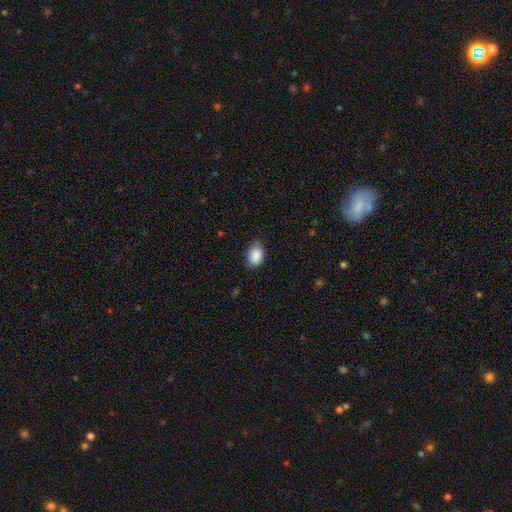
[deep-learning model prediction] smooth-or-featured: smooth: 89% | star or artifact: 7% | featured or disk: 4%
  how-rounded: in between: 81% | round: 18% | cigar-shaped: 1%
  merging: none: 76% | minor disturbance: 19% | major disturbance: 3% | merger: 1%